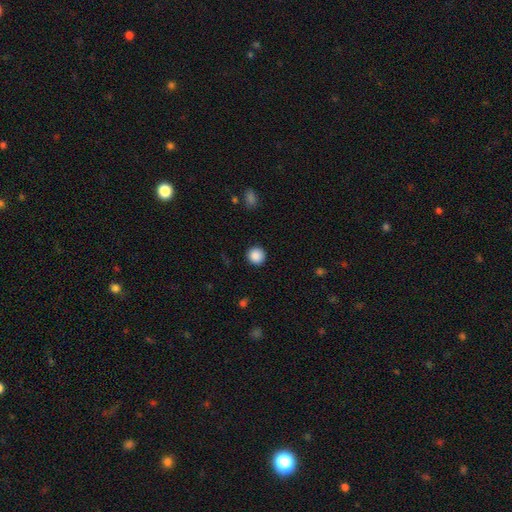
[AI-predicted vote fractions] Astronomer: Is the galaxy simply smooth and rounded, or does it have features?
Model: smooth — 88%.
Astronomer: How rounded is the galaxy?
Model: round — 94%.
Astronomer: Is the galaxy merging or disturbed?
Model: none — 92%.